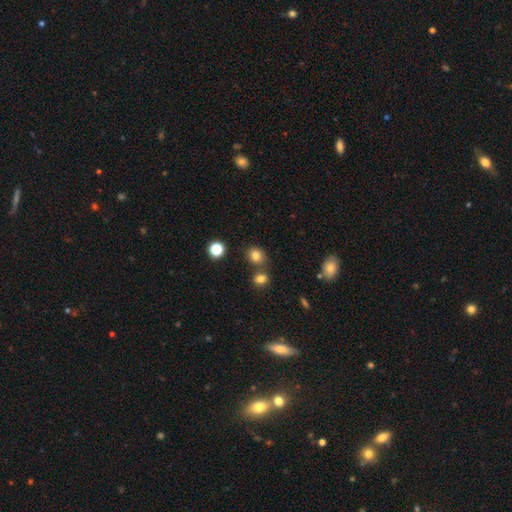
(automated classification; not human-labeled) Morphology: type=smooth (80%); roundness=round (64%); merging=none (71%).